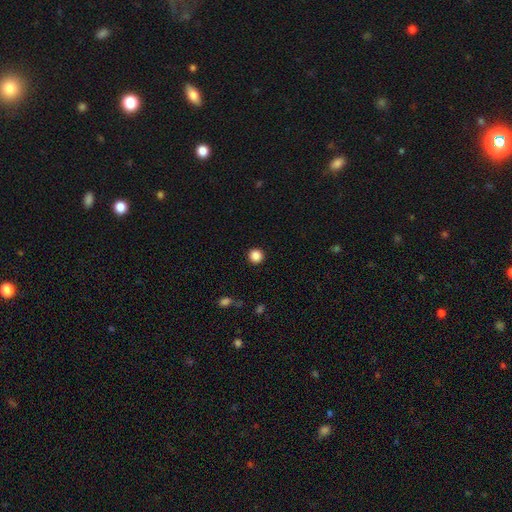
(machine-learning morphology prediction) The model was most divided on "smooth or featured": smooth: 87%, star or artifact: 10%, featured or disk: 3%. More confident: how rounded — round (96%); merging — none (93%).